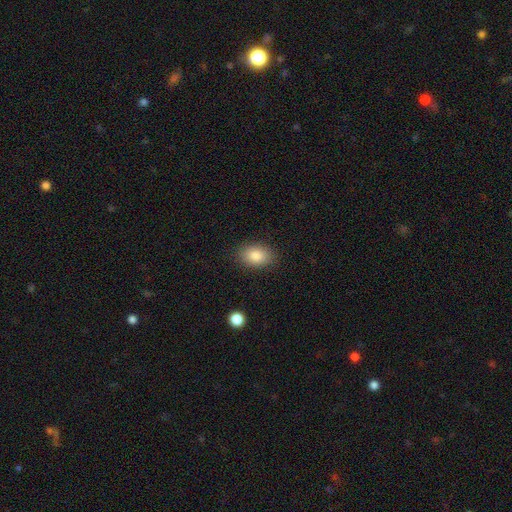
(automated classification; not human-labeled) Morphology: type=smooth (86%); roundness=in between (84%); merging=none (86%).